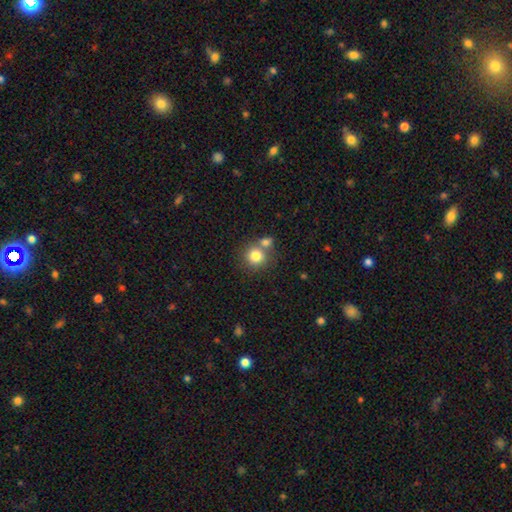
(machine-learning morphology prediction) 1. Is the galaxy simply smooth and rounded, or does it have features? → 81% smooth, 11% star or artifact, 9% featured or disk.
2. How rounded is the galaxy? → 90% round, 10% in between, 1% cigar-shaped.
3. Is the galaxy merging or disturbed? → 57% none, 32% merger, 8% minor disturbance, 3% major disturbance.